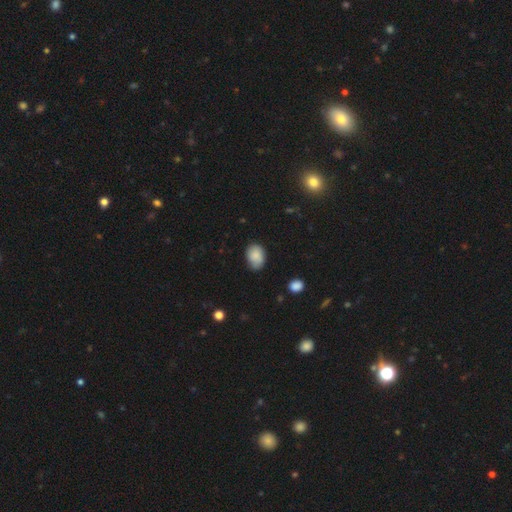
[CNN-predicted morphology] Smooth or featured: smooth — 85% (featured or disk — 8%)
How rounded: in between — 76% (round — 23%)
Merging: none — 68% (minor disturbance — 26%)